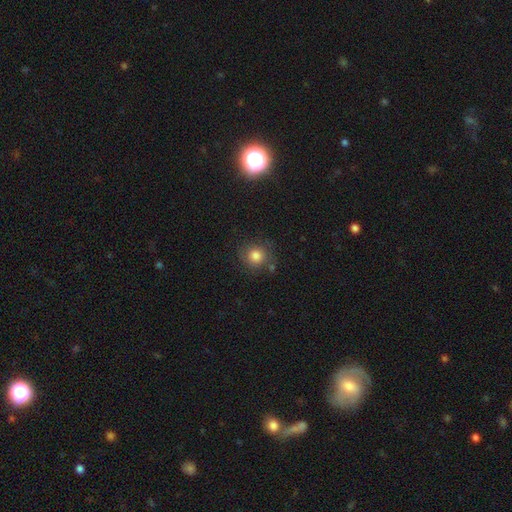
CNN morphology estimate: Overall: smooth (80%). How rounded: round (88%). Merging: none (77%).